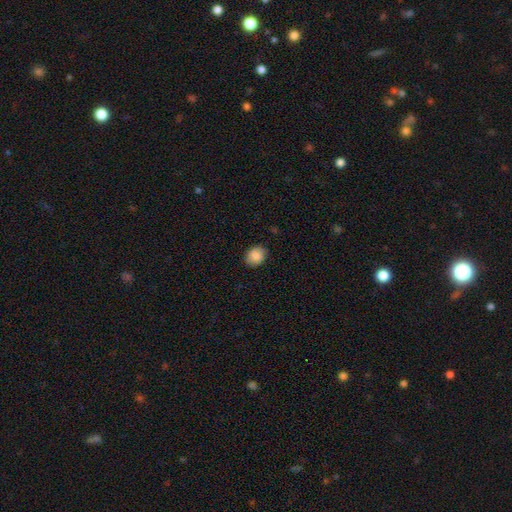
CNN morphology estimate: A smooth galaxy with no disk features (87%) that is round (54%).

Vote fractions:
- Smooth or featured? smooth: 87% / star or artifact: 8% / featured or disk: 5%
- How rounded? round: 54% / in between: 45% / cigar-shaped: 1%
- Merging? none: 86% / minor disturbance: 10% / major disturbance: 2% / merger: 1%